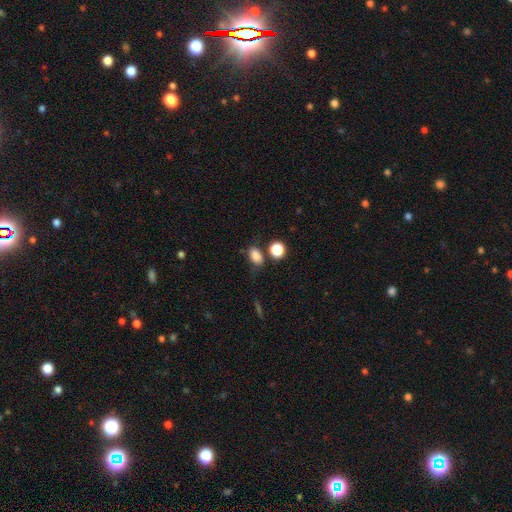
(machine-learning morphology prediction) A smooth galaxy with no disk features (83%) that is in between round and cigar-shaped (78%).

Vote fractions:
- Smooth or featured? smooth: 83% / star or artifact: 11% / featured or disk: 5%
- How rounded? in between: 78% / round: 20% / cigar-shaped: 2%
- Merging? none: 66% / minor disturbance: 17% / merger: 11% / major disturbance: 6%